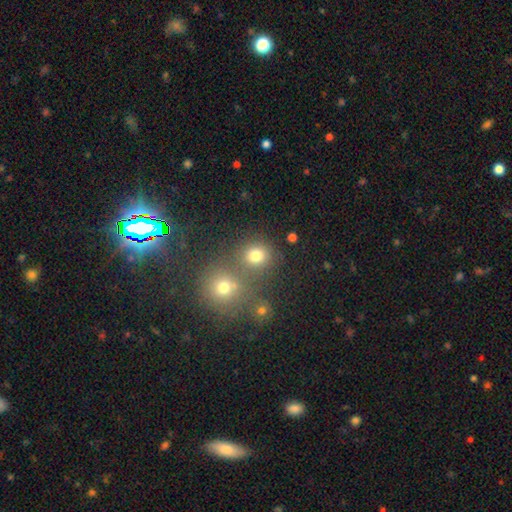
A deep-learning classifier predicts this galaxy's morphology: Smooth or featured?
  - smooth: 75% *
  - star or artifact: 18%
  - featured or disk: 7%
How rounded?
  - round: 83% *
  - in between: 15%
  - cigar-shaped: 1%
Merging?
  - none: 63% *
  - merger: 25%
  - minor disturbance: 8%
  - major disturbance: 4%